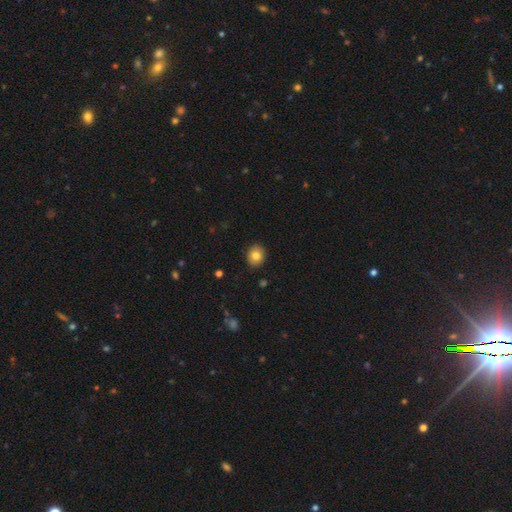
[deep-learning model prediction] Smooth or featured? smooth (81%)
How rounded? round (63%)
Merging? none (89%)